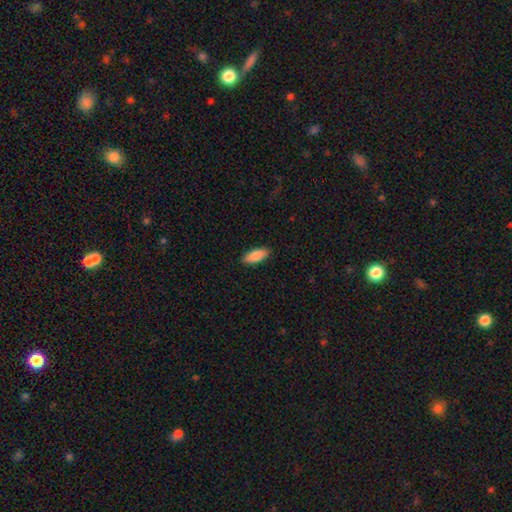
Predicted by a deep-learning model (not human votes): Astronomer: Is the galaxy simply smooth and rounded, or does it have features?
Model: smooth — 88%.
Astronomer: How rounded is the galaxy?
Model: in between — 81%.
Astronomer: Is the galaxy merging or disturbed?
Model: none — 89%.